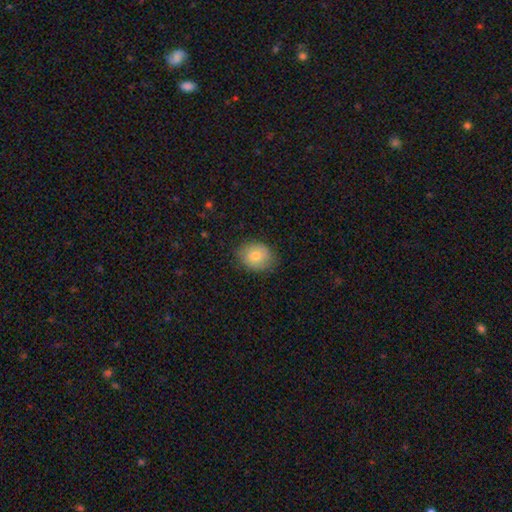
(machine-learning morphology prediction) This is likely a smooth galaxy (76%). How rounded: possibly round (51%). Merging: clearly none (80%).